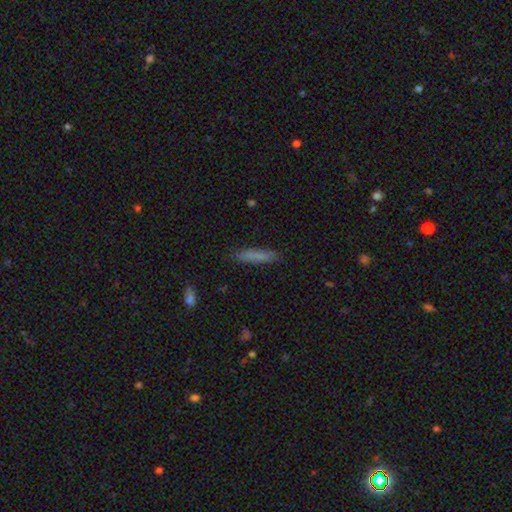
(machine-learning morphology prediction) Overall: smooth (78%). How rounded: cigar-shaped (91%). Merging: none (87%).